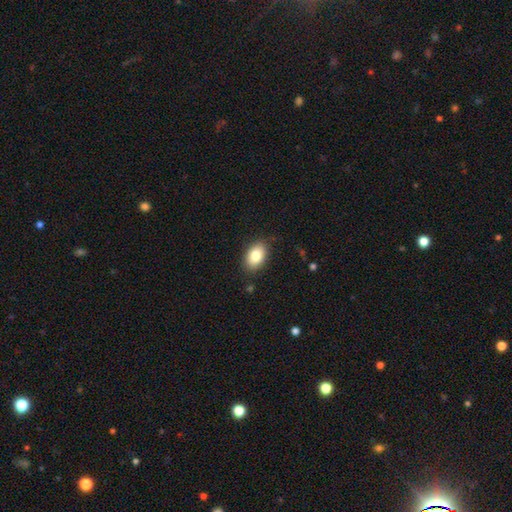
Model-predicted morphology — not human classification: smooth-or-featured: smooth: 82% | featured or disk: 10% | star or artifact: 8%
  how-rounded: in between: 86% | round: 12% | cigar-shaped: 1%
  merging: none: 84% | minor disturbance: 12% | major disturbance: 3% | merger: 1%